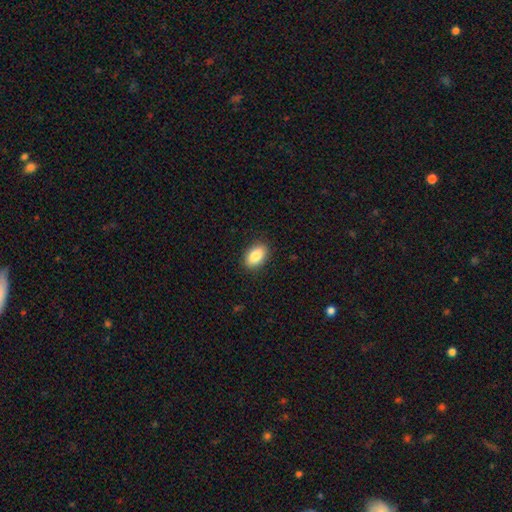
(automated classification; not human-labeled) smooth_or_featured: smooth (p=0.87) [alt: star or artifact p=0.07]
how_rounded: in between (p=0.91) [alt: round p=0.07]
merging: none (p=0.89) [alt: minor disturbance p=0.08]